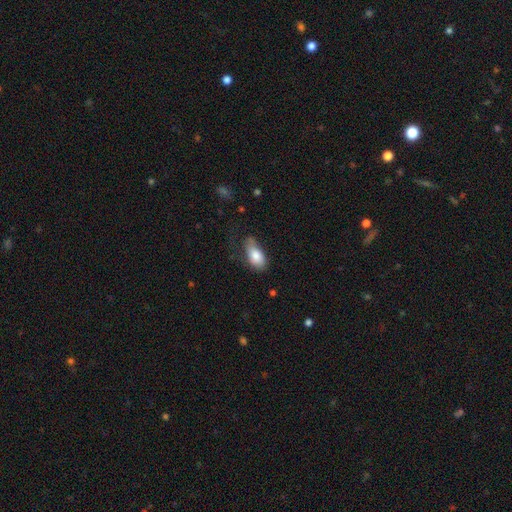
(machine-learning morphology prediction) The model was most divided on "merging": none: 49%, minor disturbance: 34%, major disturbance: 14%, merger: 2%. More confident: how rounded — in between (91%); smooth or featured — smooth (81%).